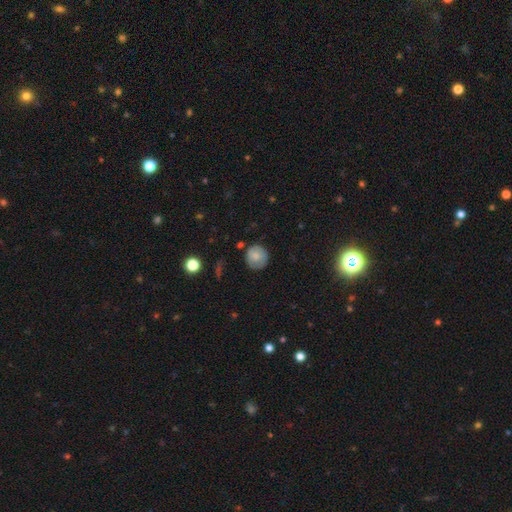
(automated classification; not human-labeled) smooth_or_featured: smooth (p=0.78) [alt: featured or disk p=0.14]
how_rounded: round (p=0.90) [alt: in between p=0.09]
merging: none (p=0.79) [alt: minor disturbance p=0.16]